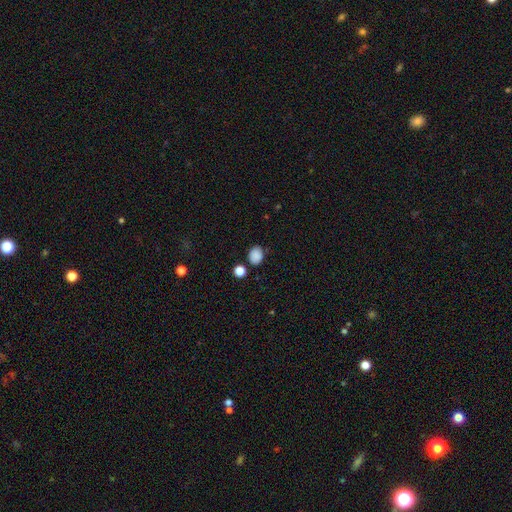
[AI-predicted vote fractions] A smooth galaxy with no disk features (86%) that is in between round and cigar-shaped (57%).

Vote fractions:
- Smooth or featured? smooth: 86% / star or artifact: 11% / featured or disk: 4%
- How rounded? in between: 57% / round: 42% / cigar-shaped: 1%
- Merging? none: 79% / minor disturbance: 13% / merger: 5% / major disturbance: 3%